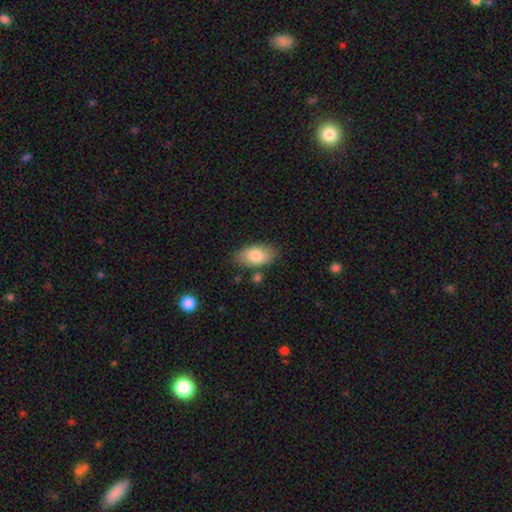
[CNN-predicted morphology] Smooth or featured? smooth (82%)
How rounded? in between (94%)
Merging? none (78%)